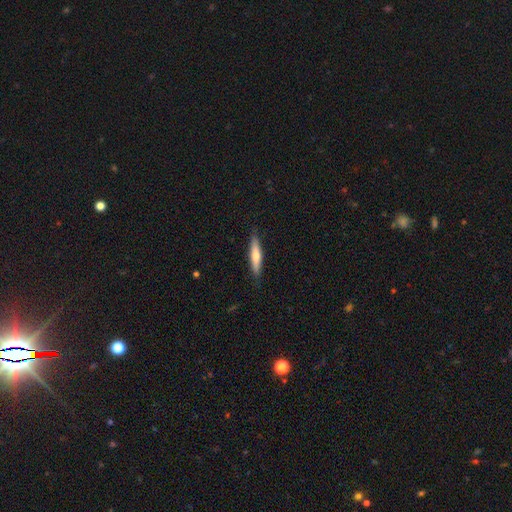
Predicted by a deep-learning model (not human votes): smooth 57%, featured or disk 37%, star or artifact 5%. Down the decision tree: how rounded — cigar-shaped (87%); merging — none (87%).